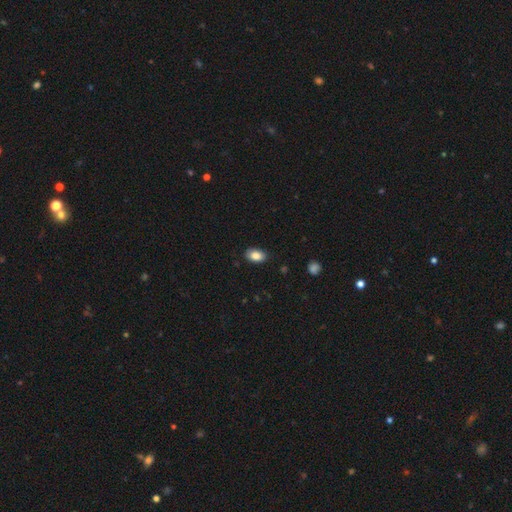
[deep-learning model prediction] smooth_or_featured: smooth (p=0.85) [alt: star or artifact p=0.08]
how_rounded: in between (p=0.89) [alt: round p=0.09]
merging: none (p=0.86) [alt: minor disturbance p=0.11]